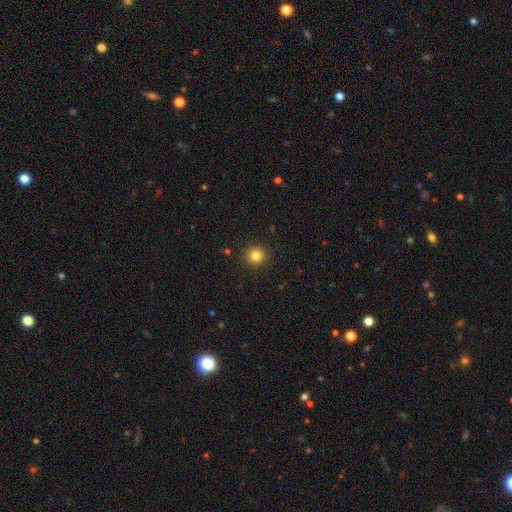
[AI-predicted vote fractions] Smooth or featured: smooth — 82% (star or artifact — 12%)
How rounded: round — 94% (in between — 5%)
Merging: none — 92% (minor disturbance — 5%)